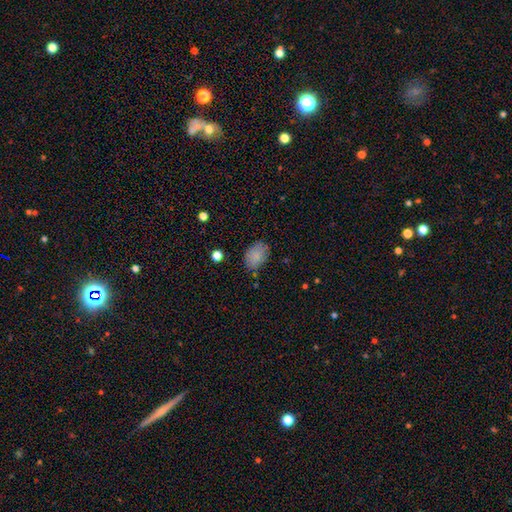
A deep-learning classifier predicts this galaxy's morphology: Q: Smooth or featured?
A: smooth (81%); runner-up: star or artifact (9%)
Q: How rounded?
A: in between (77%); runner-up: round (22%)
Q: Merging?
A: none (68%); runner-up: minor disturbance (23%)